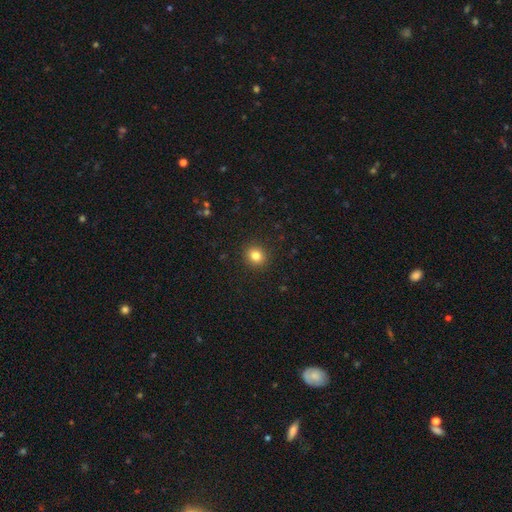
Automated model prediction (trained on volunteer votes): Smooth or featured? smooth (82%)
How rounded? round (84%)
Merging? none (92%)